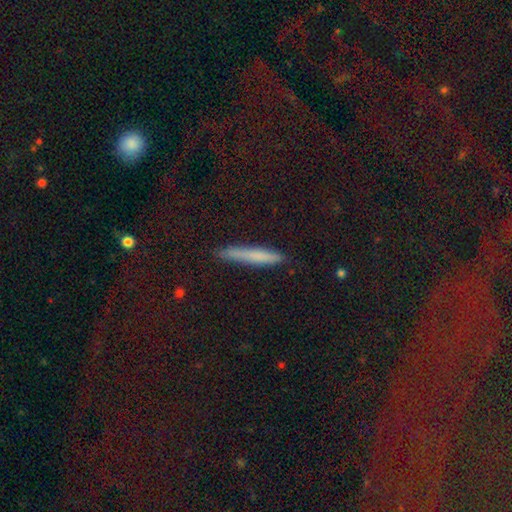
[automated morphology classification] type=smooth (69%); roundness=cigar-shaped (94%); merging=none (85%).